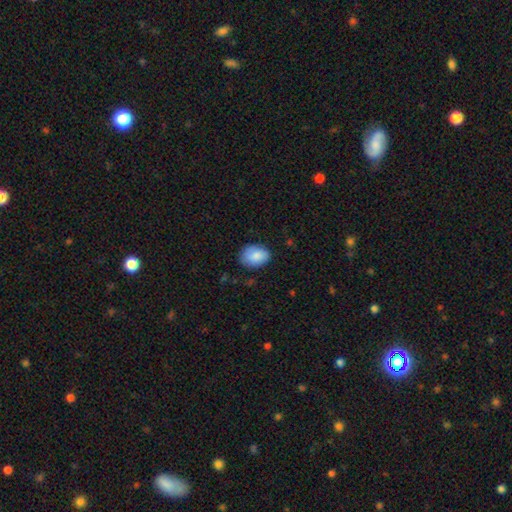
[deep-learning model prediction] Morphology: type=smooth (85%); roundness=in between (74%); merging=none (77%).